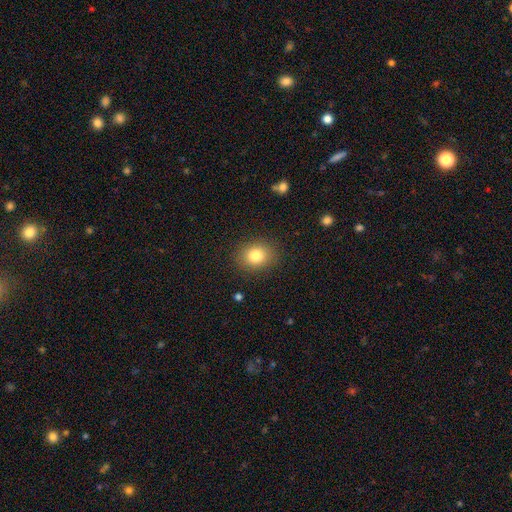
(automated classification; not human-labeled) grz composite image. It shows a smooth galaxy with no disk features (82%) that is round (57%). Merging: none (87%).